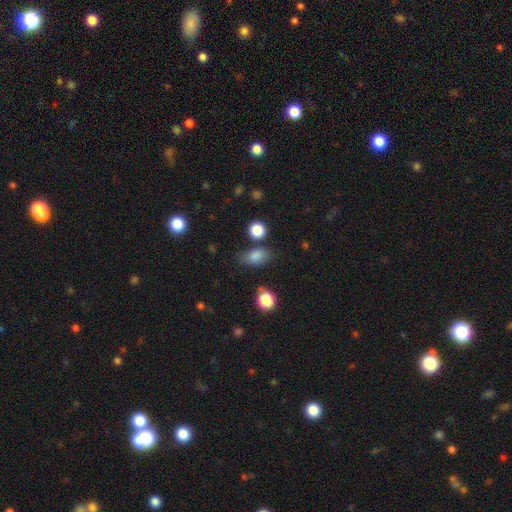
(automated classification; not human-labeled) smooth-or-featured: smooth: 82% | star or artifact: 11% | featured or disk: 8%
  how-rounded: in between: 81% | round: 15% | cigar-shaped: 4%
  merging: none: 73% | minor disturbance: 17% | merger: 6% | major disturbance: 5%